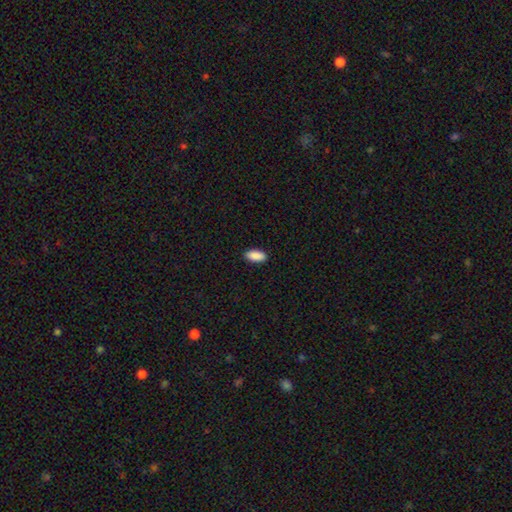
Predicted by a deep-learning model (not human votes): Overall: smooth (91%). How rounded: in between (90%). Merging: none (90%).